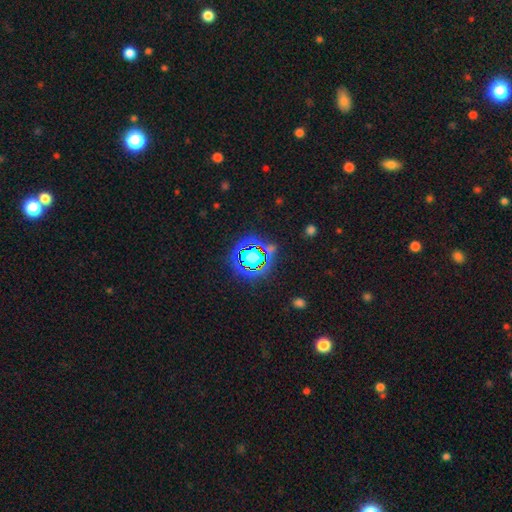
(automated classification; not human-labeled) Overall: star or artifact (77%).